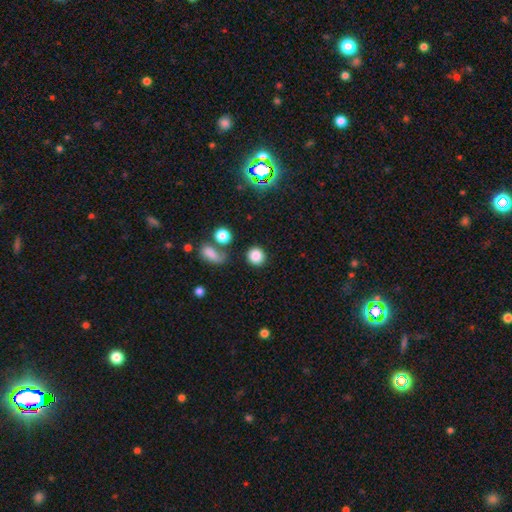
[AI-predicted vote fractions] Smooth or featured: smooth — 84% (star or artifact — 11%)
How rounded: round — 89% (in between — 10%)
Merging: none — 80% (minor disturbance — 9%)